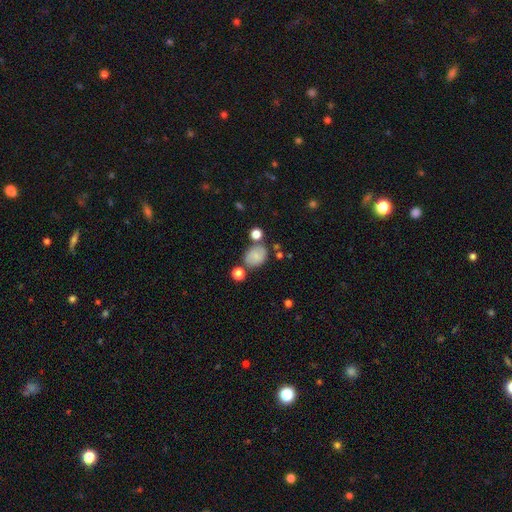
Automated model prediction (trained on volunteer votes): The model was most divided on "how rounded": in between: 61%, round: 38%, cigar-shaped: 1%. More confident: smooth or featured — smooth (77%); merging — none (66%).